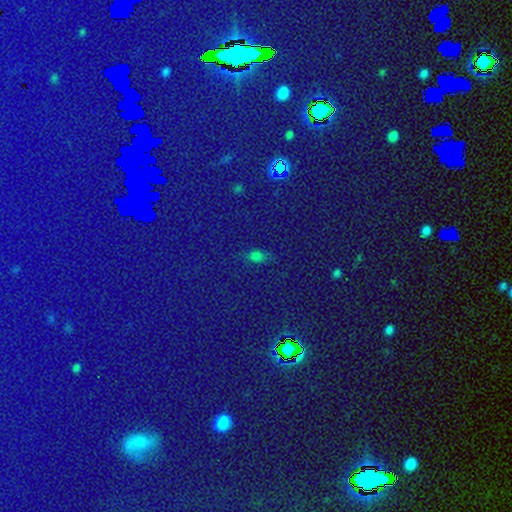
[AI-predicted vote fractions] Smooth or featured? Predicted: star or artifact (p=0.77).